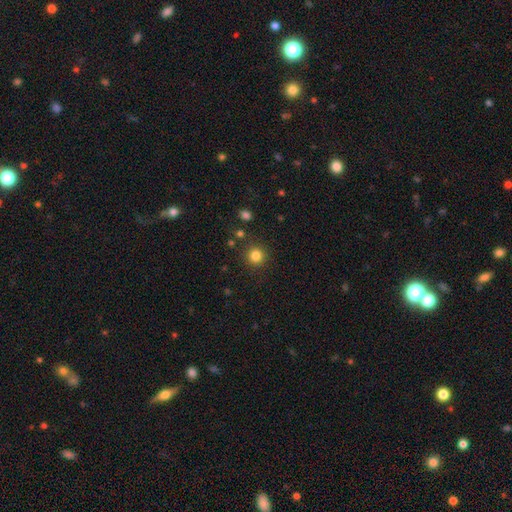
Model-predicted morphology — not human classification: A smooth galaxy with no disk features (82%) that is round (94%).

Vote fractions:
- Smooth or featured? smooth: 82% / star or artifact: 13% / featured or disk: 5%
- How rounded? round: 94% / in between: 5% / cigar-shaped: 1%
- Merging? none: 88% / minor disturbance: 7% / major disturbance: 3% / merger: 3%